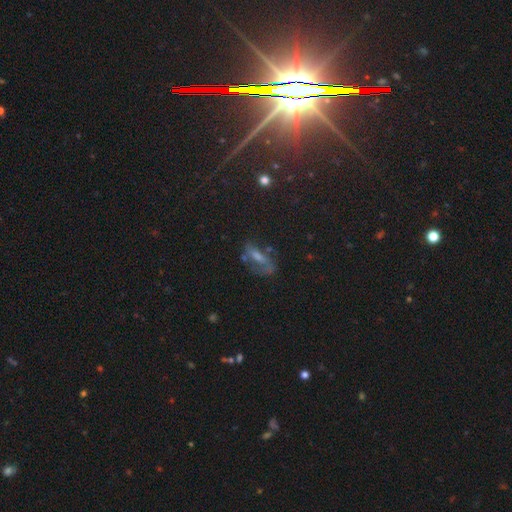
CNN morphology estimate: smooth_or_featured: featured or disk (p=0.43) [alt: star or artifact p=0.31]
merging: none (p=0.55) [alt: minor disturbance p=0.22]